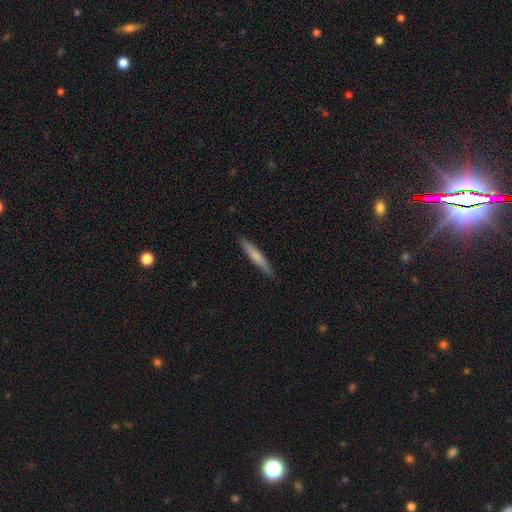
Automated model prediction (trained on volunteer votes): Overall: smooth (64%; featured or disk 30%). How rounded: cigar-shaped (94%). Merging: none (88%).